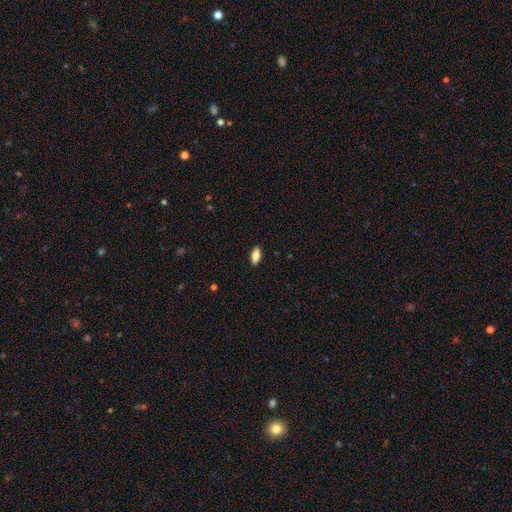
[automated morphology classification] Overall: smooth (83%). How rounded: in between (84%). Merging: none (89%).